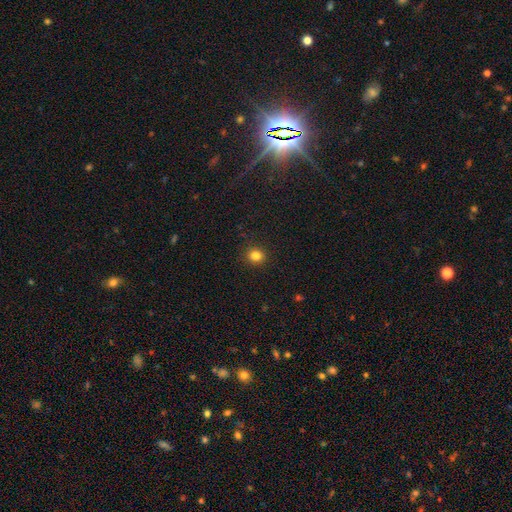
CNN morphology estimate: This appears to be a smooth galaxy with no disk features (83%) that is round (86%). Merging: none (91%).